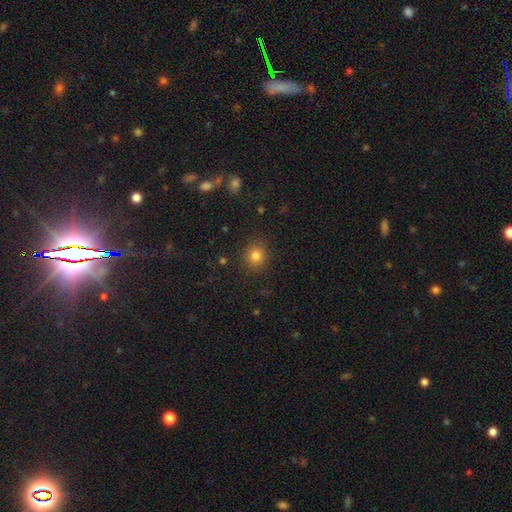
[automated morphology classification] A smooth galaxy with no disk features (81%) that is round (84%).

Vote fractions:
- Smooth or featured? smooth: 81% / star or artifact: 13% / featured or disk: 6%
- How rounded? round: 84% / in between: 15% / cigar-shaped: 1%
- Merging? none: 88% / minor disturbance: 8% / major disturbance: 3% / merger: 1%